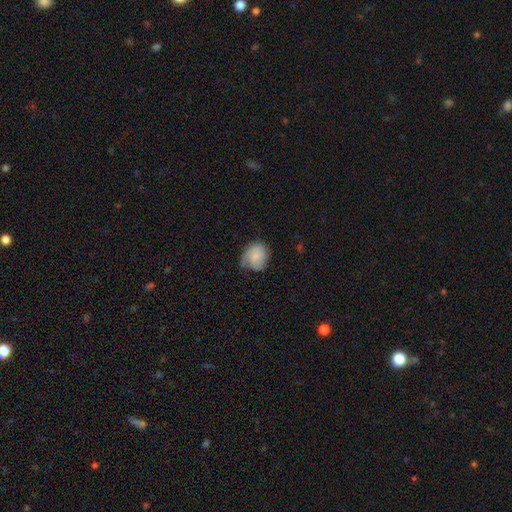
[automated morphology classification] smooth-or-featured: featured or disk: 47% | smooth: 46% | star or artifact: 8%
  merging: none: 58% | minor disturbance: 28% | major disturbance: 13% | merger: 1%